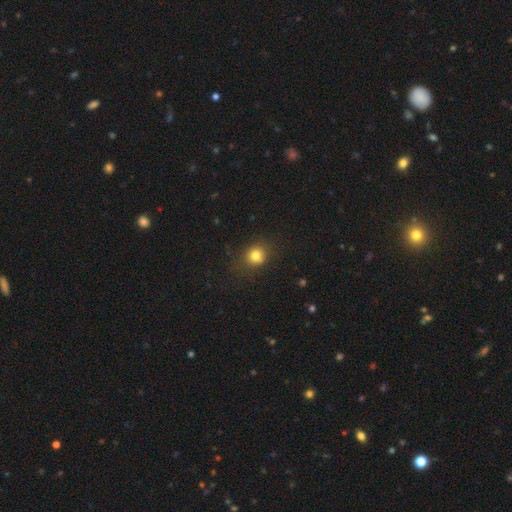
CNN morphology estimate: Smooth or featured: smooth — 80% (star or artifact — 13%)
How rounded: round — 74% (in between — 25%)
Merging: none — 79% (minor disturbance — 14%)